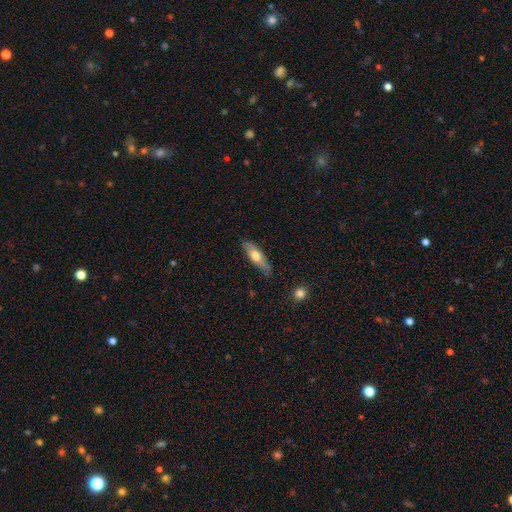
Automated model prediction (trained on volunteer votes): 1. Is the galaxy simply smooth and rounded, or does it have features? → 58% smooth, 36% featured or disk, 6% star or artifact.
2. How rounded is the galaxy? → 51% cigar-shaped, 46% in between, 2% round.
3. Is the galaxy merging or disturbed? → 78% none, 17% minor disturbance, 3% major disturbance, 1% merger.